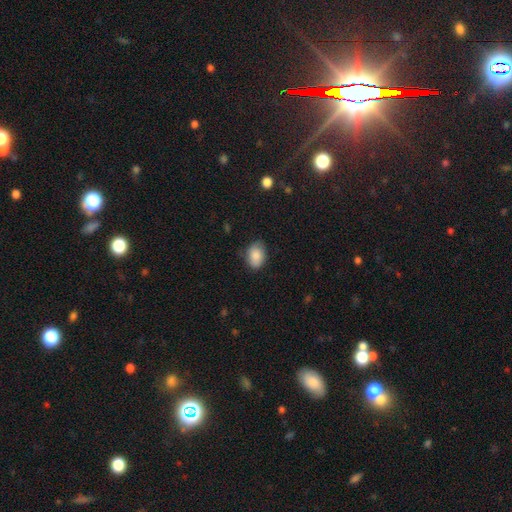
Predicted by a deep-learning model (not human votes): This is clearly a smooth galaxy (86%). How rounded: clearly in between (83%). Merging: likely none (75%).